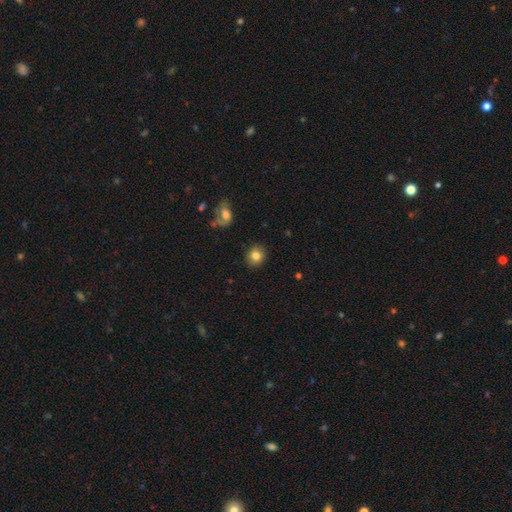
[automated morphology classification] This is clearly a smooth galaxy (83%). How rounded: clearly round (81%). Merging: clearly none (89%).